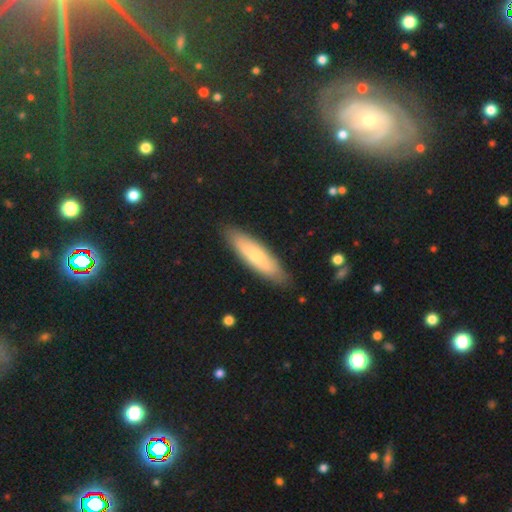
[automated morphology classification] The model was most divided on "smooth or featured": smooth: 63%, featured or disk: 32%, star or artifact: 5%. More confident: merging — none (86%); how rounded — cigar-shaped (65%).